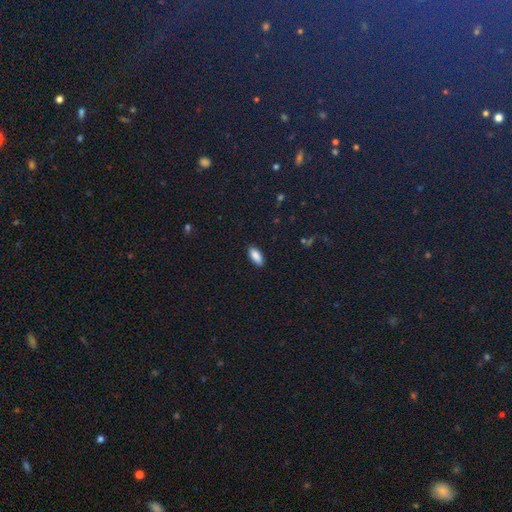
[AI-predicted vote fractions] Overall: smooth (87%). How rounded: in between (83%). Merging: none (89%).